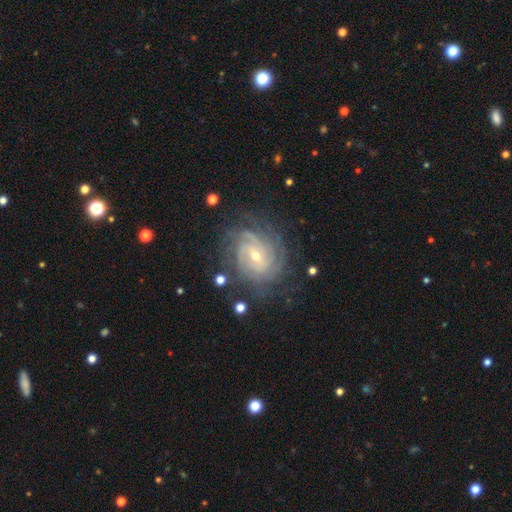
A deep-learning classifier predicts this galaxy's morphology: type=featured or disk (89%); edge-on=no (97%); bar=no (45%); spiral arms=yes (98%); winding=tight (76%); arm count=4 (27%); bulge=small (61%); merging=none (76%).